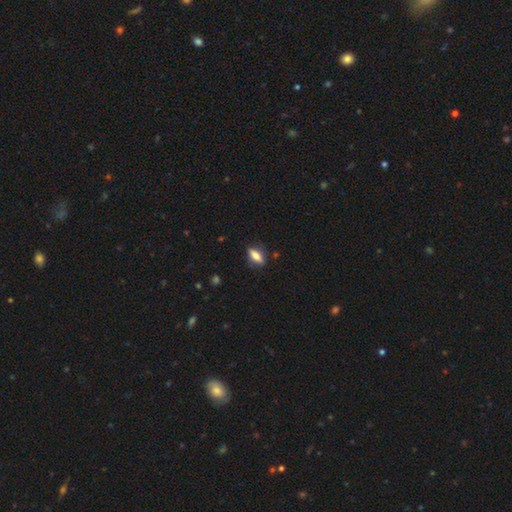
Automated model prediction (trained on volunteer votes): smooth-or-featured: smooth: 71% | featured or disk: 21% | star or artifact: 8%
  how-rounded: in between: 63% | cigar-shaped: 33% | round: 4%
  merging: none: 82% | minor disturbance: 13% | major disturbance: 3% | merger: 1%